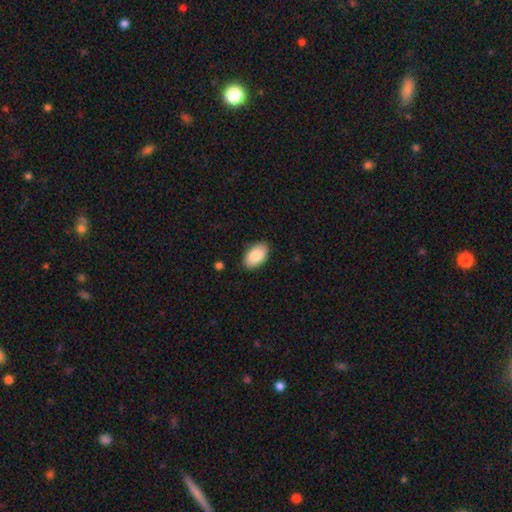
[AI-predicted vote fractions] This appears to be a smooth galaxy with no disk features (85%) that is in between round and cigar-shaped (94%). Merging: none (87%).